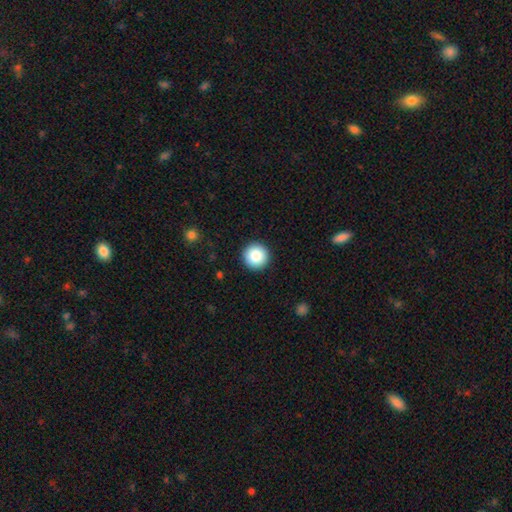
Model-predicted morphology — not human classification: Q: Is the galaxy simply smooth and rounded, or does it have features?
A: smooth — 86%.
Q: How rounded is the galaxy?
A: round — 97%.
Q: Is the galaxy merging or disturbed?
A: none — 93%.